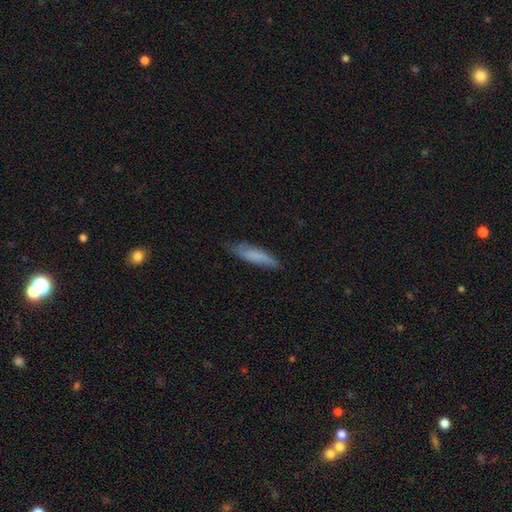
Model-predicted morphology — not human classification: A smooth galaxy with no disk features (68%) that is cigar-shaped (76%). Merging: none (69%).